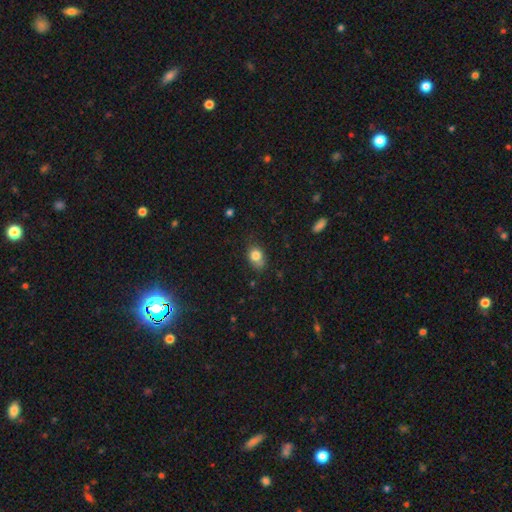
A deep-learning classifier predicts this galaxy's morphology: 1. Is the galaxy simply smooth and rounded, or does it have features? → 81% smooth, 10% star or artifact, 9% featured or disk.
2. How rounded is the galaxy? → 64% in between, 34% round, 2% cigar-shaped.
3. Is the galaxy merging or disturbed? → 64% none, 27% minor disturbance, 6% major disturbance, 2% merger.